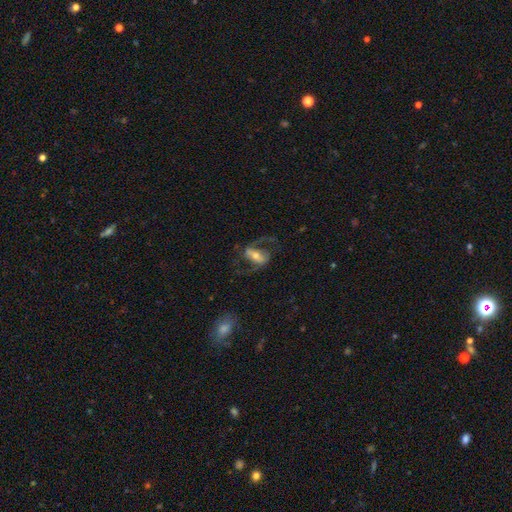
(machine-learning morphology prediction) Smooth or featured: featured or disk — 79% (smooth — 14%)
Edge-on disk: no — 94% (yes — 6%)
Bar: strong — 55% (weak — 29%)
Spiral arms: yes — 90% (no — 10%)
Spiral winding: medium — 48% (loose — 42%)
Spiral arm count: 2 — 91% (can't tell — 3%)
Bulge size: moderate — 52% (small — 36%)
Merging: none — 66% (major disturbance — 18%)